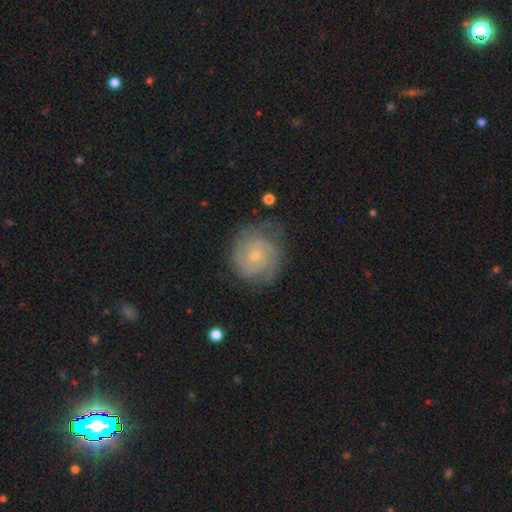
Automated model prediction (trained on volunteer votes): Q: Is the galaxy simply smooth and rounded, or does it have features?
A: featured or disk — 79%.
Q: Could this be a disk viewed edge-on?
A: no — 98%.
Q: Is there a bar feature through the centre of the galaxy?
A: no — 78%.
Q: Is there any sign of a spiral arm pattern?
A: yes — 94%.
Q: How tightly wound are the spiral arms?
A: tight — 68%.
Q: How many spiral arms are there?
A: can't tell — 31%.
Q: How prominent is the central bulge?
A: small — 74%.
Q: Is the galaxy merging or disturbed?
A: none — 71%.